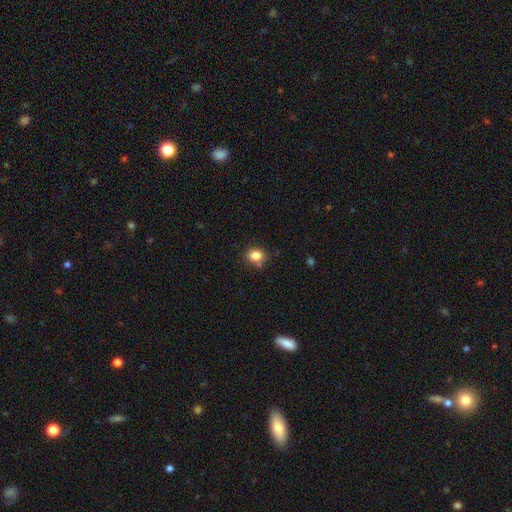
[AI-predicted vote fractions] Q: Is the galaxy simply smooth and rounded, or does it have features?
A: smooth — 84%.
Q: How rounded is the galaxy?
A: in between — 56%.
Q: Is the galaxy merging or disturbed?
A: none — 72%.